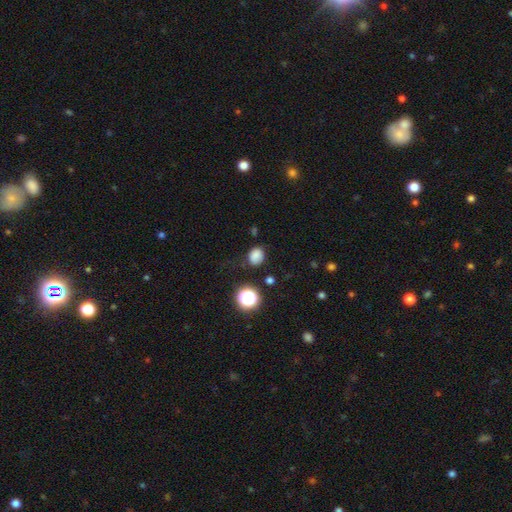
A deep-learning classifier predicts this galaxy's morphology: Smooth or featured? Predicted: smooth (p=0.80). How rounded? Predicted: round (p=0.54). Merging? Predicted: none (p=0.78).